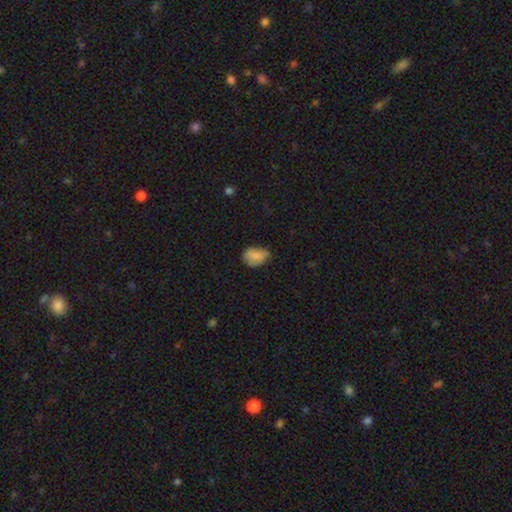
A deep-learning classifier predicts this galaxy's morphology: This is likely a smooth galaxy (76%). How rounded: clearly in between (80%). Merging: possibly none (51%).